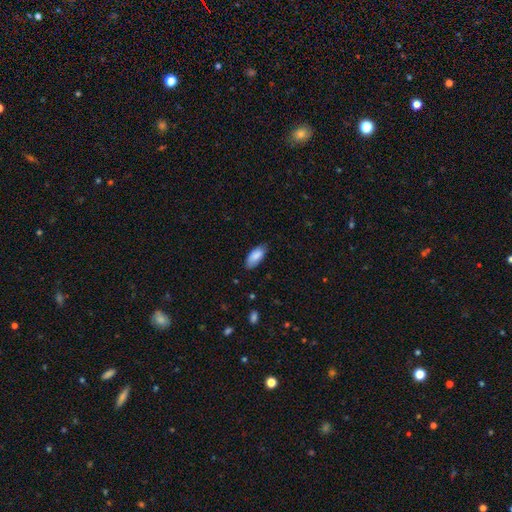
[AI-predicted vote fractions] Smooth or featured? Predicted: smooth (p=0.86). How rounded? Predicted: in between (p=0.87). Merging? Predicted: none (p=0.78).